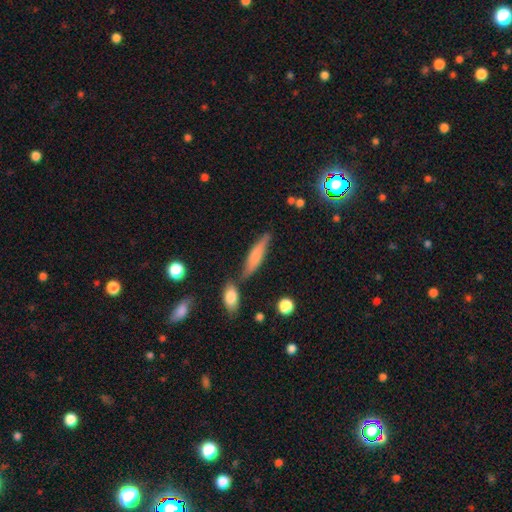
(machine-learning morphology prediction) A smooth galaxy with no disk features (61%) that is cigar-shaped (72%).

Vote fractions:
- Smooth or featured? smooth: 61% / featured or disk: 32% / star or artifact: 7%
- How rounded? cigar-shaped: 72% / in between: 25% / round: 2%
- Merging? none: 63% / minor disturbance: 18% / merger: 14% / major disturbance: 5%